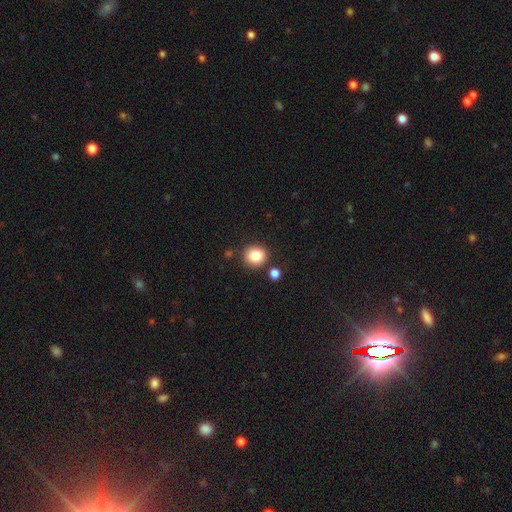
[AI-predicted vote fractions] A smooth galaxy with no disk features (85%) that is round (85%).

Vote fractions:
- Smooth or featured? smooth: 85% / star or artifact: 10% / featured or disk: 5%
- How rounded? round: 85% / in between: 14% / cigar-shaped: 1%
- Merging? none: 82% / minor disturbance: 9% / merger: 7% / major disturbance: 3%